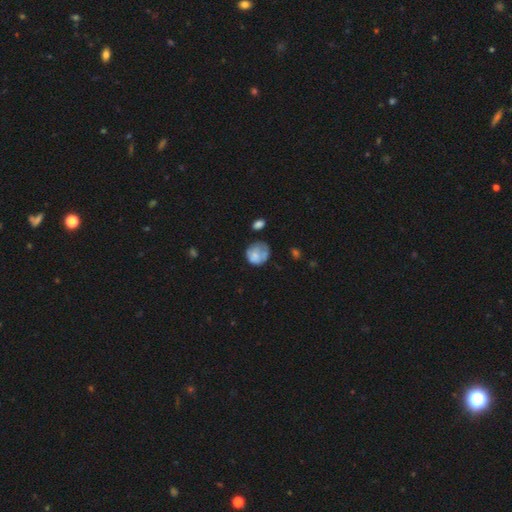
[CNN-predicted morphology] Smooth or featured?
  - smooth: 68% *
  - featured or disk: 23%
  - star or artifact: 9%
How rounded?
  - round: 74% *
  - in between: 25%
  - cigar-shaped: 1%
Merging?
  - none: 45% *
  - minor disturbance: 31%
  - major disturbance: 19%
  - merger: 5%